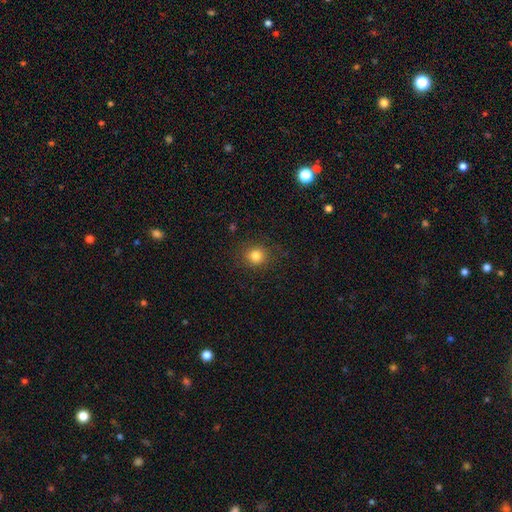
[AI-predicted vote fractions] A smooth galaxy with no disk features (82%) that is round (86%). Merging: none (87%).